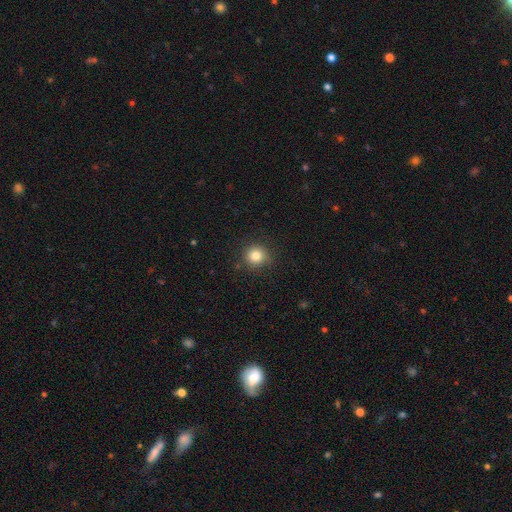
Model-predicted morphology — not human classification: Smooth or featured? Predicted: smooth (p=0.82). How rounded? Predicted: round (p=0.92). Merging? Predicted: none (p=0.87).